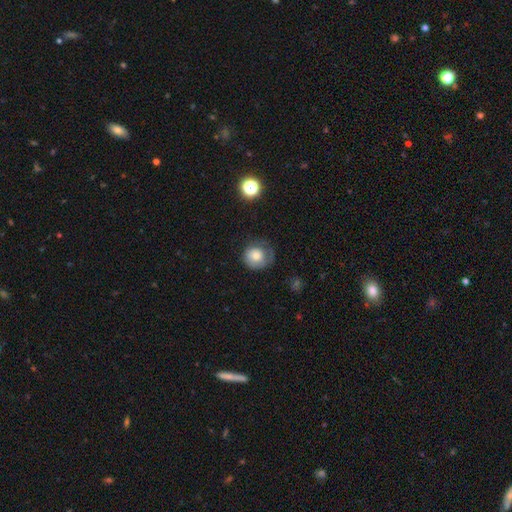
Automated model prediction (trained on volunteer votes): Q: Smooth or featured?
A: smooth (70%); runner-up: featured or disk (22%)
Q: How rounded?
A: round (82%); runner-up: in between (17%)
Q: Merging?
A: none (46%); runner-up: minor disturbance (28%)